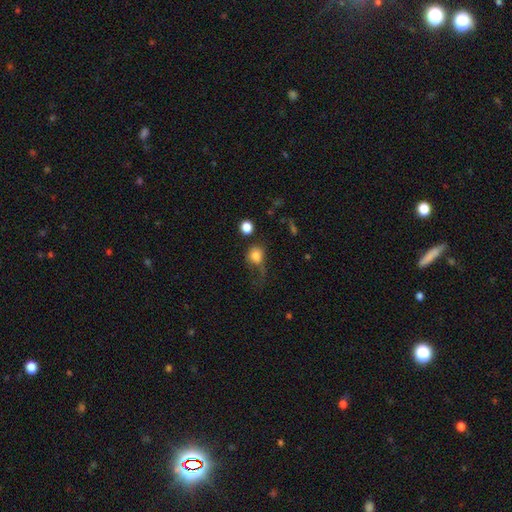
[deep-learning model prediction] This appears to be a smooth galaxy with no disk features (78%) that is round (70%). Merging: major disturbance (40%).